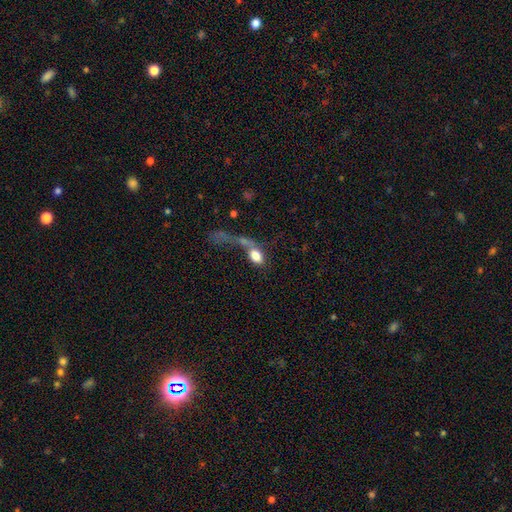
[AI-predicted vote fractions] Overall: smooth (76%). How rounded: in between (79%). Merging: merger (38%; major disturbance 31%).